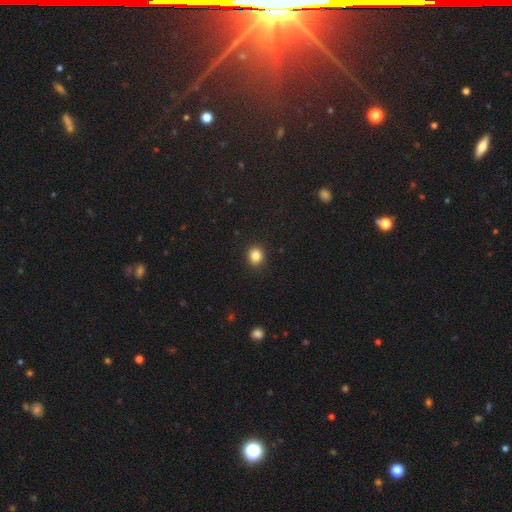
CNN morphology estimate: A smooth galaxy with no disk features (84%) that is round (75%).

Vote fractions:
- Smooth or featured? smooth: 84% / star or artifact: 11% / featured or disk: 5%
- How rounded? round: 75% / in between: 24% / cigar-shaped: 1%
- Merging? none: 91% / minor disturbance: 6% / major disturbance: 2% / merger: 1%